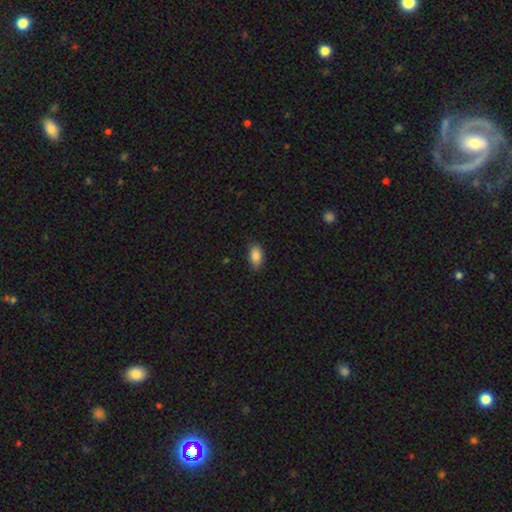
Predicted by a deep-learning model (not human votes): Smooth or featured? Predicted: smooth (p=0.88). How rounded? Predicted: in between (p=0.92). Merging? Predicted: none (p=0.83).